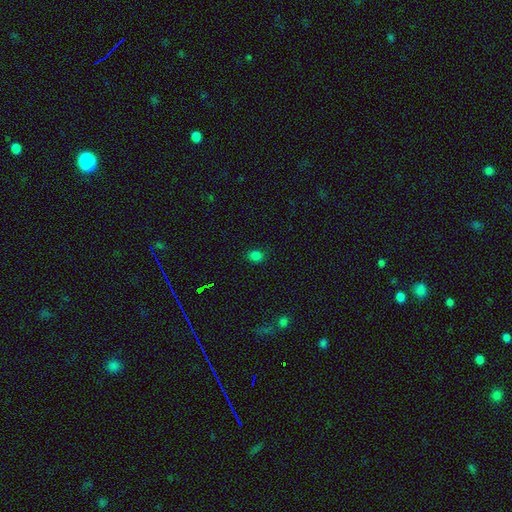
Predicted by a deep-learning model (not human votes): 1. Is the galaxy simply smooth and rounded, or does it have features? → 78% smooth, 18% star or artifact, 4% featured or disk.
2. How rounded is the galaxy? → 62% round, 37% in between, 1% cigar-shaped.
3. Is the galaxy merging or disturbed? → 83% none, 12% minor disturbance, 3% major disturbance, 1% merger.